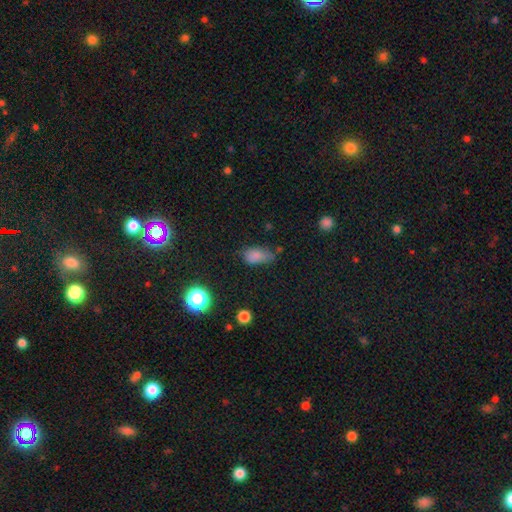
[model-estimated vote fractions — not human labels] This appears to be a smooth galaxy with no disk features (79%) that is in between round and cigar-shaped (88%). Merging: none (46%).